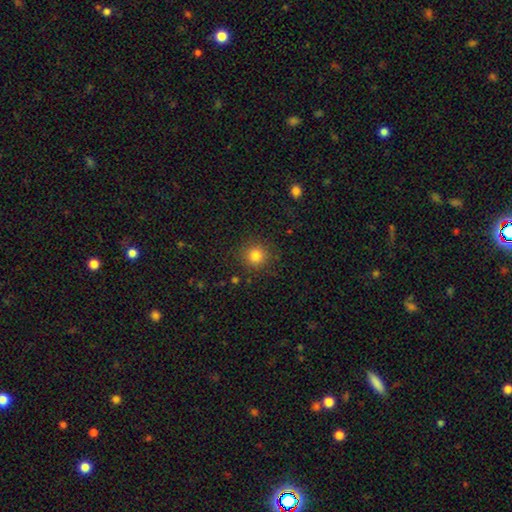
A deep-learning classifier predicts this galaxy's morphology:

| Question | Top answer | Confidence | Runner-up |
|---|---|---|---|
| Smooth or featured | smooth | 82% | star or artifact (12%) |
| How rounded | round | 93% | in between (6%) |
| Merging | none | 88% | minor disturbance (7%) |